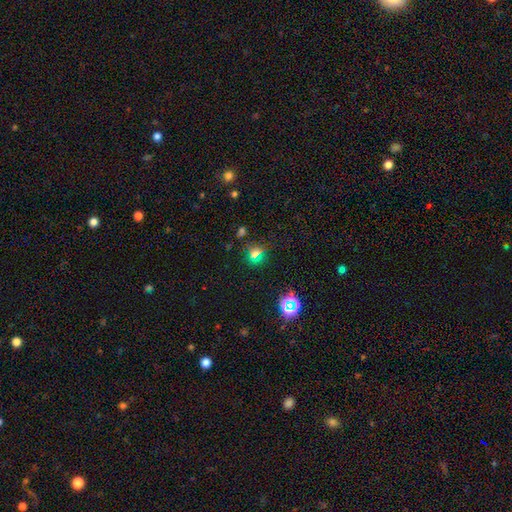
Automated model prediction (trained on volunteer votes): Smooth or featured? smooth (52%)
How rounded? round (80%)
Merging? none (79%)